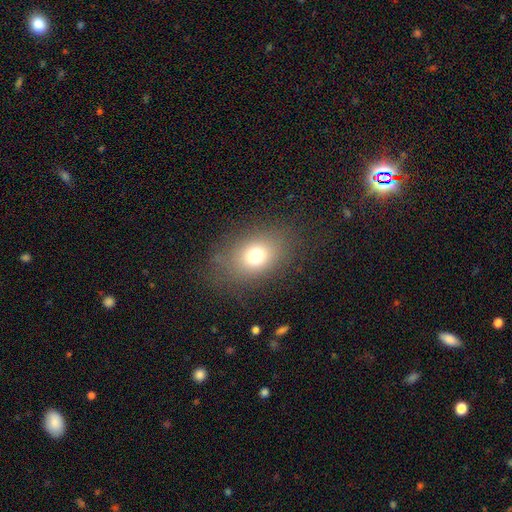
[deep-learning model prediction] smooth-or-featured: smooth: 72% | star or artifact: 15% | featured or disk: 13%
  how-rounded: in between: 63% | round: 36% | cigar-shaped: 1%
  merging: none: 76% | minor disturbance: 14% | major disturbance: 9% | merger: 1%